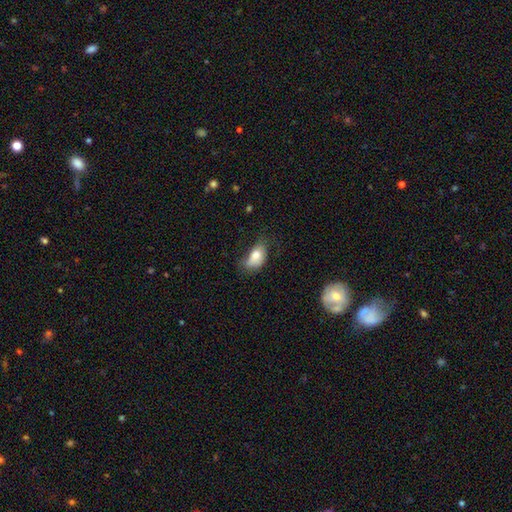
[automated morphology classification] A smooth galaxy with no disk features (79%) that is in between round and cigar-shaped (90%). Merging: none (40%).